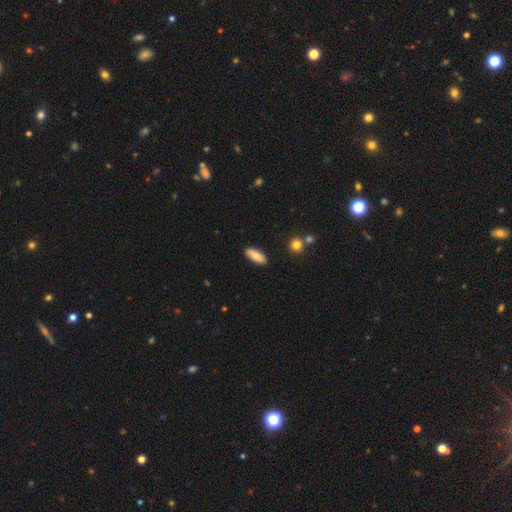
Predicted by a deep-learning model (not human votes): Smooth or featured?
  - smooth: 83% *
  - featured or disk: 11%
  - star or artifact: 6%
How rounded?
  - in between: 72% *
  - cigar-shaped: 26%
  - round: 2%
Merging?
  - none: 89% *
  - minor disturbance: 8%
  - major disturbance: 2%
  - merger: 1%